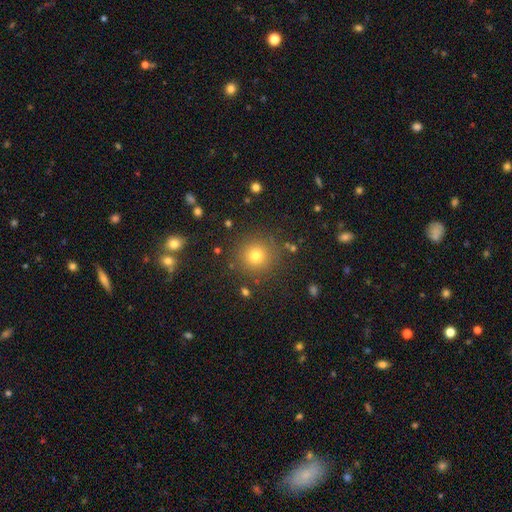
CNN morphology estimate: type=smooth (76%); roundness=round (94%); merging=none (88%).